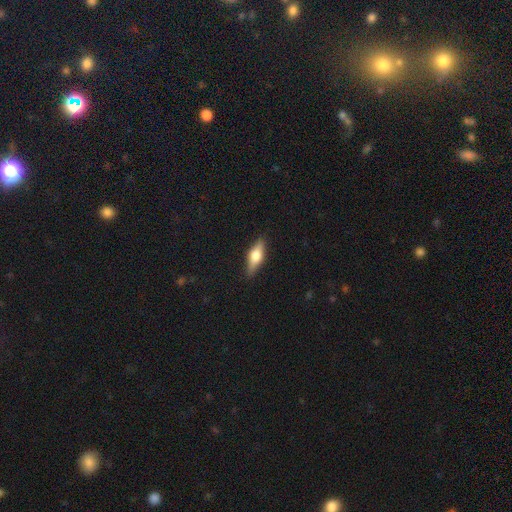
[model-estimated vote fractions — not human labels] A smooth galaxy with no disk features (51%) that is in between round and cigar-shaped (61%).

Vote fractions:
- Smooth or featured? smooth: 51% / featured or disk: 43% / star or artifact: 7%
- How rounded? in between: 61% / cigar-shaped: 36% / round: 4%
- Merging? none: 87% / minor disturbance: 10% / major disturbance: 2% / merger: 1%